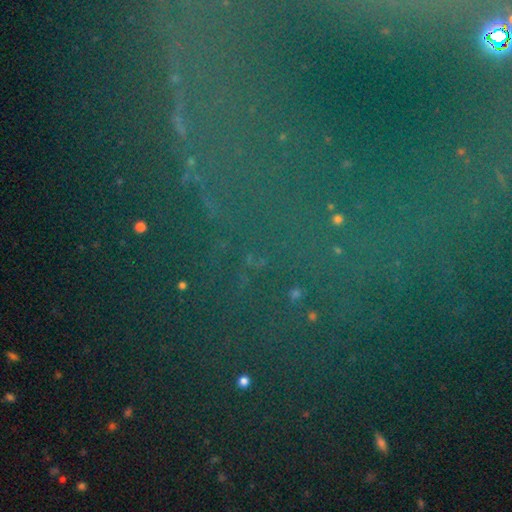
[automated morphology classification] Smooth or featured?
  - star or artifact: 80% *
  - smooth: 11%
  - featured or disk: 9%